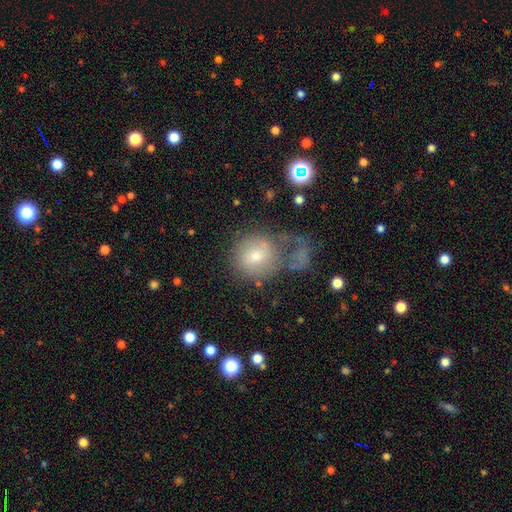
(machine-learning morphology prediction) Overall: smooth (59%; featured or disk 29%). How rounded: round (78%). Merging: none (35%; major disturbance 27%).